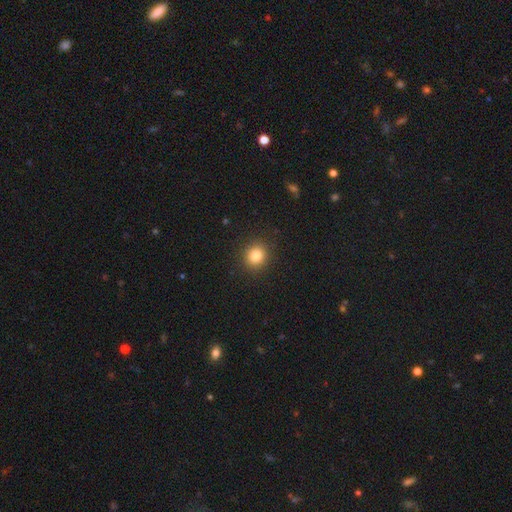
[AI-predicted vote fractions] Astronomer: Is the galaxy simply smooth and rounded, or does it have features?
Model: smooth — 83%.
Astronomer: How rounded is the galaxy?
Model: round — 85%.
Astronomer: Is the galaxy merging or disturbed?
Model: none — 91%.